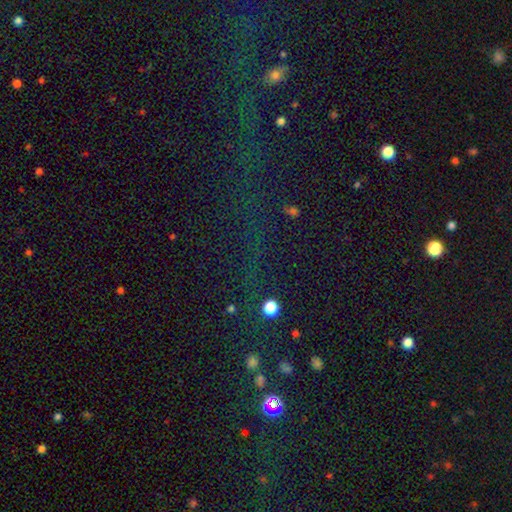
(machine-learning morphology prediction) type=star or artifact (70%).